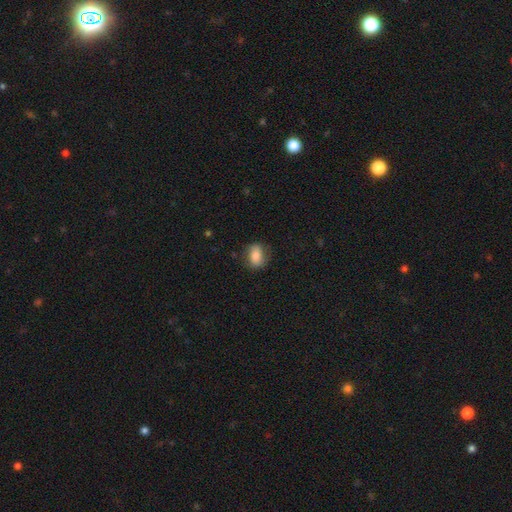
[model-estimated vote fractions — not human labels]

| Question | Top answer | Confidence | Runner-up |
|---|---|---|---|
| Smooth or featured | smooth | 75% | featured or disk (16%) |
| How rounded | in between | 69% | round (29%) |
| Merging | none | 75% | minor disturbance (19%) |